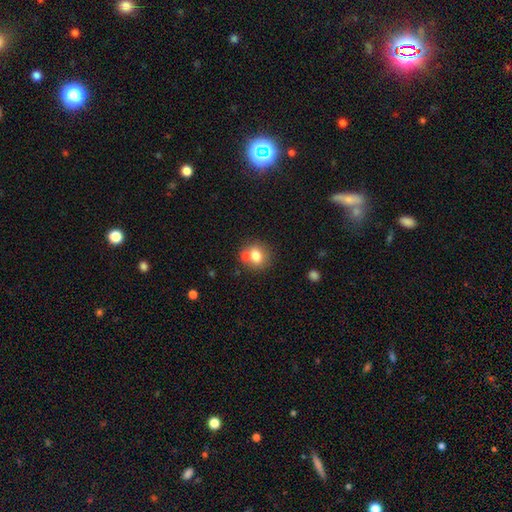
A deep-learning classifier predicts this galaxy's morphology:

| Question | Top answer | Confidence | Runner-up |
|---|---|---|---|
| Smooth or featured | smooth | 76% | featured or disk (14%) |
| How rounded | round | 70% | in between (29%) |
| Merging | none | 59% | merger (26%) |